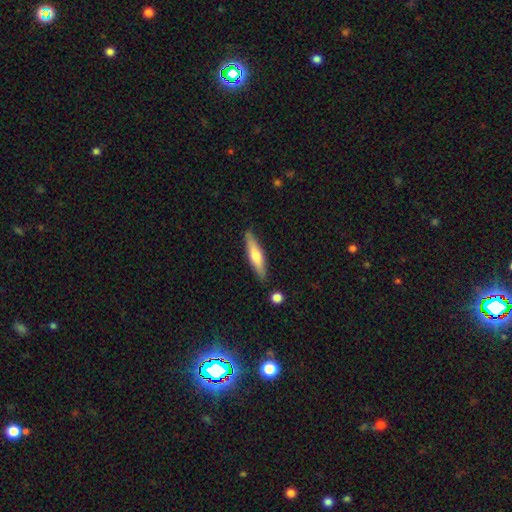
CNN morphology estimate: This is possibly a smooth galaxy (54%). How rounded: clearly cigar-shaped (81%). Merging: clearly none (85%).